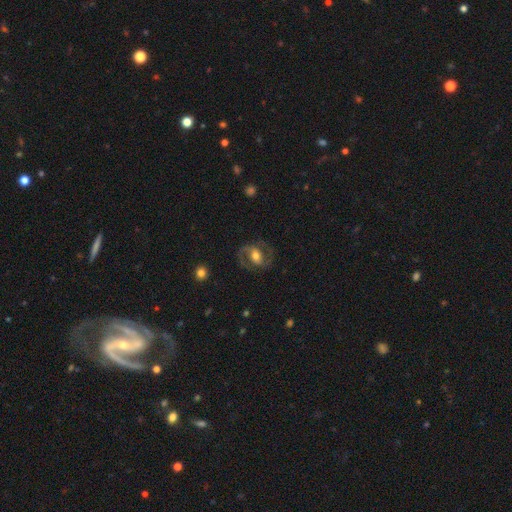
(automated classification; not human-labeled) Morphology: type=featured or disk (78%); edge-on=no (97%); bar=weak (39%); spiral arms=yes (89%); winding=medium (58%); arm count=2 (91%); bulge=moderate (66%); merging=none (78%).